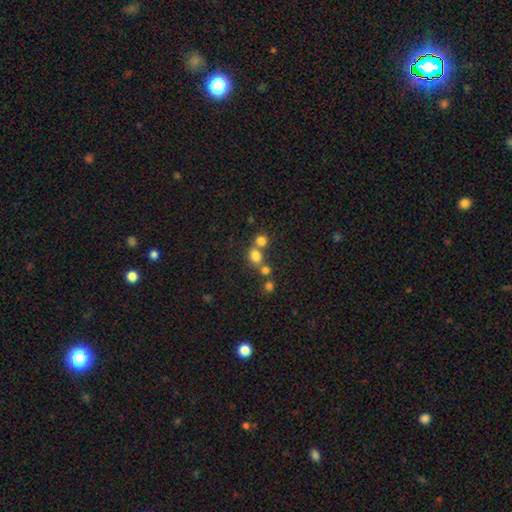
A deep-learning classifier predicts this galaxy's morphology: smooth 75%, star or artifact 15%, featured or disk 9%. Down the decision tree: how rounded — round (67%); merging — none (44%).